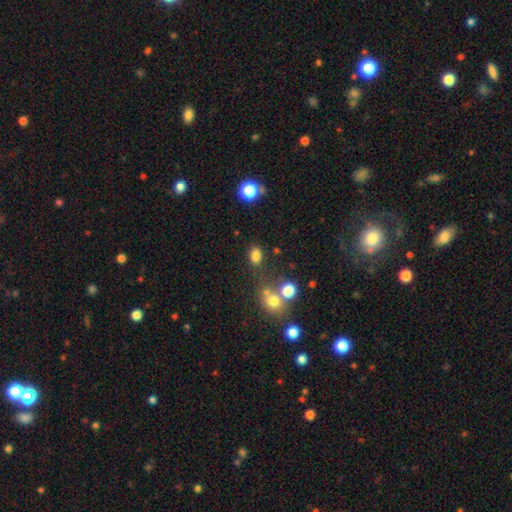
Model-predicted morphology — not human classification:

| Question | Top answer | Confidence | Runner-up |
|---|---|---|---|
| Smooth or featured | smooth | 80% | star or artifact (14%) |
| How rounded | in between | 73% | round (25%) |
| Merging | none | 73% | minor disturbance (13%) |